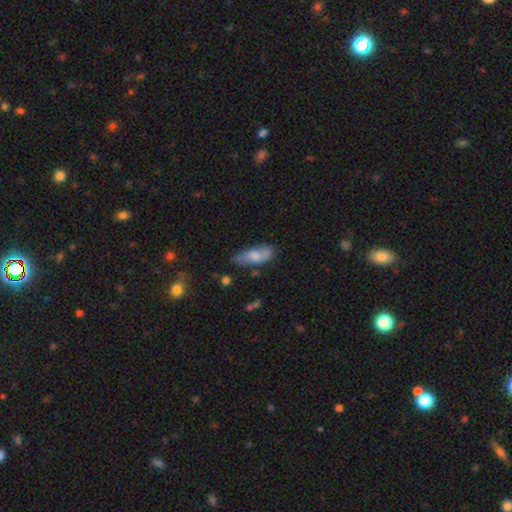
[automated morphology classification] Q: Smooth or featured?
A: smooth (70%); runner-up: featured or disk (23%)
Q: How rounded?
A: in between (75%); runner-up: cigar-shaped (22%)
Q: Merging?
A: none (65%); runner-up: minor disturbance (25%)